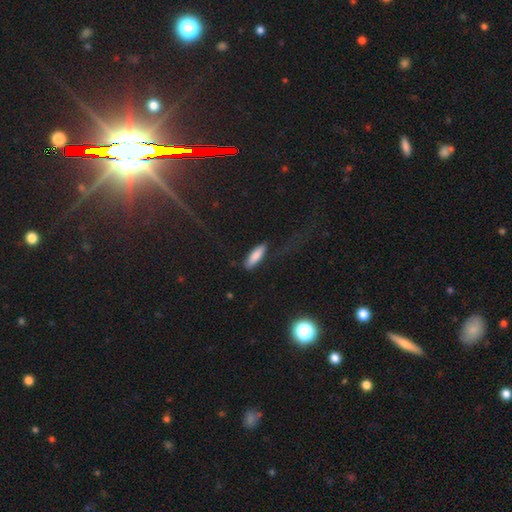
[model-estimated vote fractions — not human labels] Smooth or featured?
  - smooth: 83% *
  - featured or disk: 11%
  - star or artifact: 6%
How rounded?
  - cigar-shaped: 51% *
  - in between: 47%
  - round: 2%
Merging?
  - none: 71% *
  - minor disturbance: 17%
  - major disturbance: 9%
  - merger: 2%